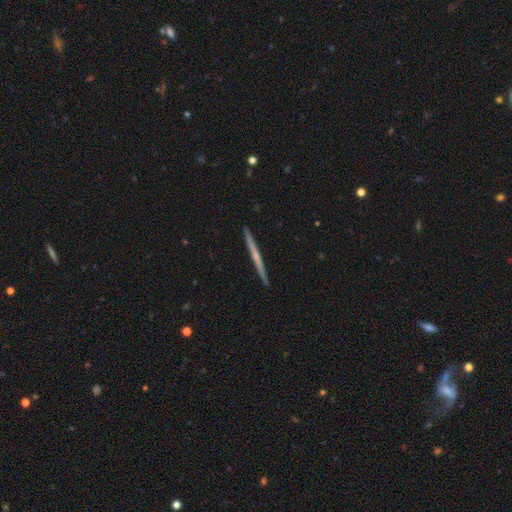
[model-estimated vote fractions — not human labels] This appears to be a featured or disk galaxy (58%) viewed edge-on (98%) with no central bulge (76%). Merging: none (93%).